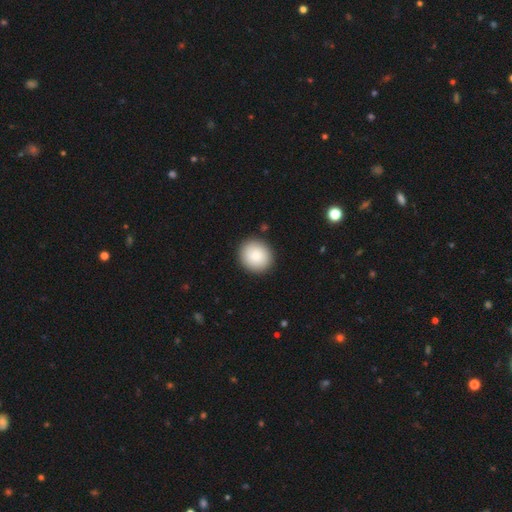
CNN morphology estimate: Smooth or featured?
  - smooth: 87% *
  - star or artifact: 7%
  - featured or disk: 6%
How rounded?
  - round: 79% *
  - in between: 20%
  - cigar-shaped: 1%
Merging?
  - none: 90% *
  - minor disturbance: 7%
  - major disturbance: 2%
  - merger: 1%